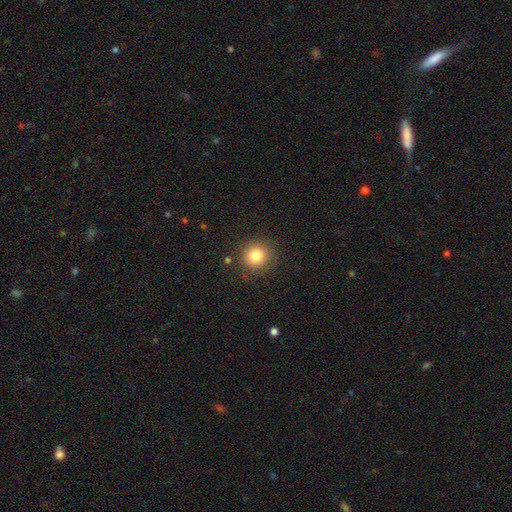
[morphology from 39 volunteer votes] Smooth or featured? 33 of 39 (85%) said smooth. How rounded? 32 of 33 (97%) said round. Merging? 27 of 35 (77%) said none.